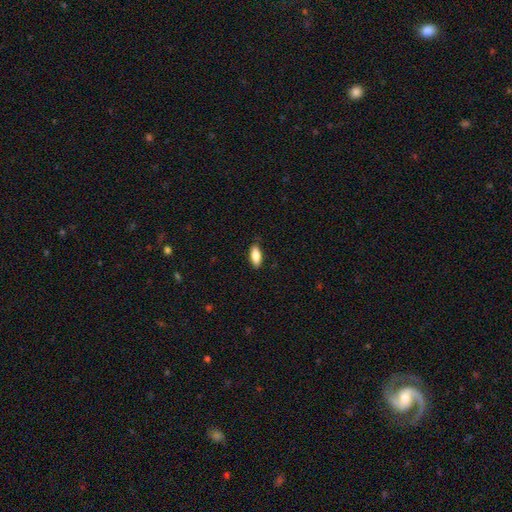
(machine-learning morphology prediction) Smooth or featured? Predicted: smooth (p=0.83). How rounded? Predicted: in between (p=0.79). Merging? Predicted: none (p=0.83).